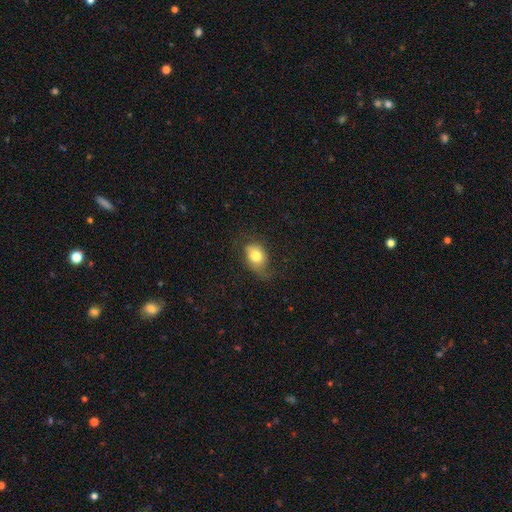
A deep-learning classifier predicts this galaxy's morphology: This is likely a smooth galaxy (76%). How rounded: likely in between (72%). Merging: possibly none (51%).